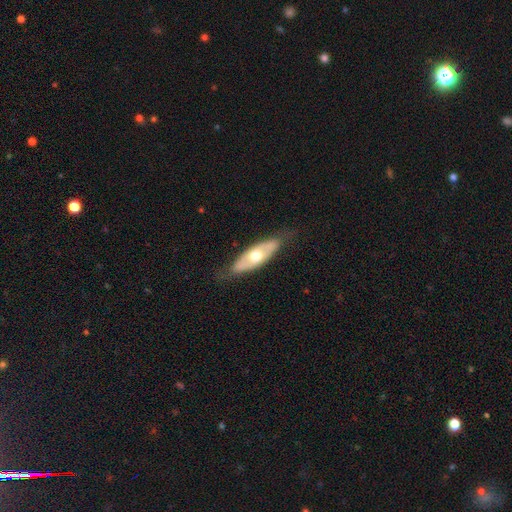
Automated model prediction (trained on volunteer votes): Overall: featured or disk (54%; smooth 41%). Edge-on disk: no (65%; yes 35%). Merging: none (76%).